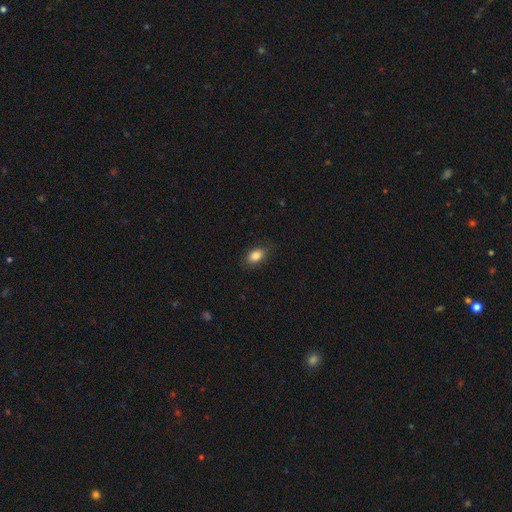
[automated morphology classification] The model was most divided on "merging": none: 83%, minor disturbance: 13%, major disturbance: 3%, merger: 1%. More confident: smooth or featured — smooth (86%); how rounded — in between (85%).